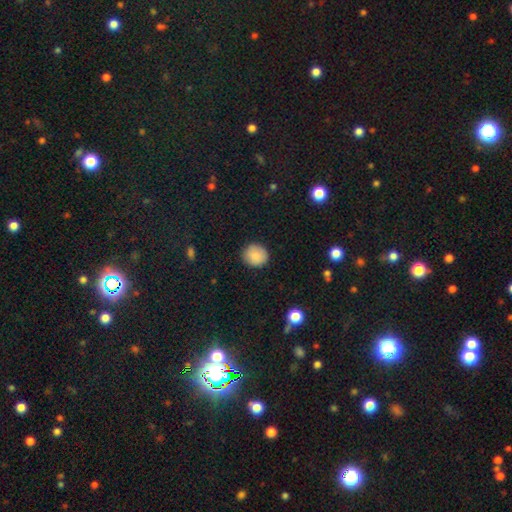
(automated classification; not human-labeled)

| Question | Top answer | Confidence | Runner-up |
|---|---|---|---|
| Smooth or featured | smooth | 88% | star or artifact (8%) |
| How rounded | round | 86% | in between (13%) |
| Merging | none | 88% | minor disturbance (9%) |